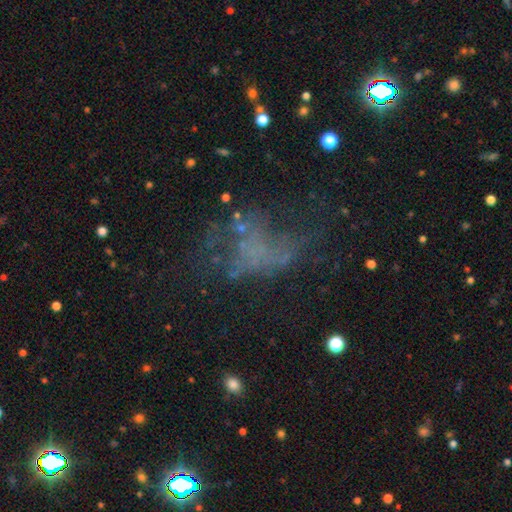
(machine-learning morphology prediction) Smooth or featured? Predicted: featured or disk (p=0.46). Merging? Predicted: none (p=0.40).